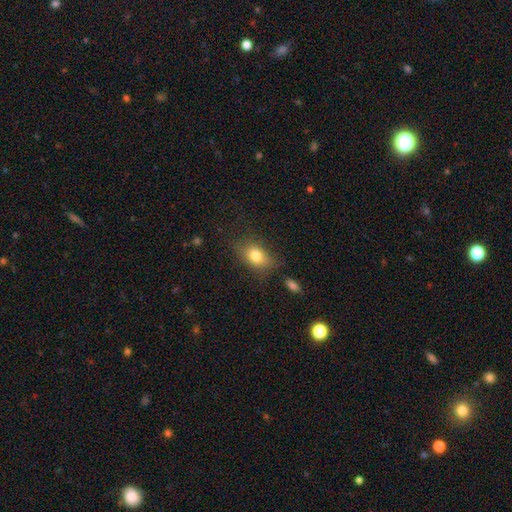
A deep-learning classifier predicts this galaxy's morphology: Q: Smooth or featured?
A: smooth (80%); runner-up: featured or disk (11%)
Q: How rounded?
A: in between (78%); runner-up: round (20%)
Q: Merging?
A: none (69%); runner-up: minor disturbance (20%)